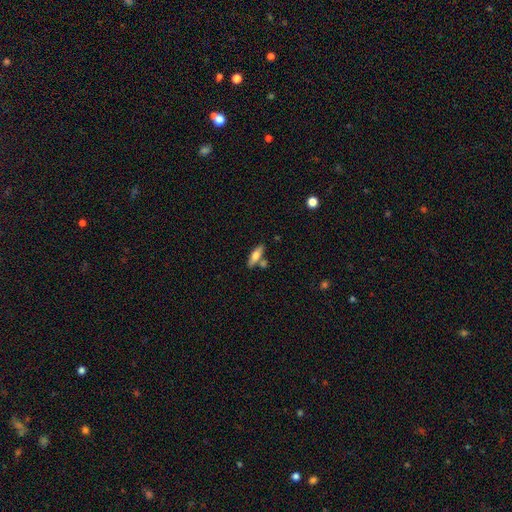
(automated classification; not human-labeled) Overall: smooth (65%; featured or disk 28%). How rounded: cigar-shaped (49%; in between 48%). Merging: none (69%).